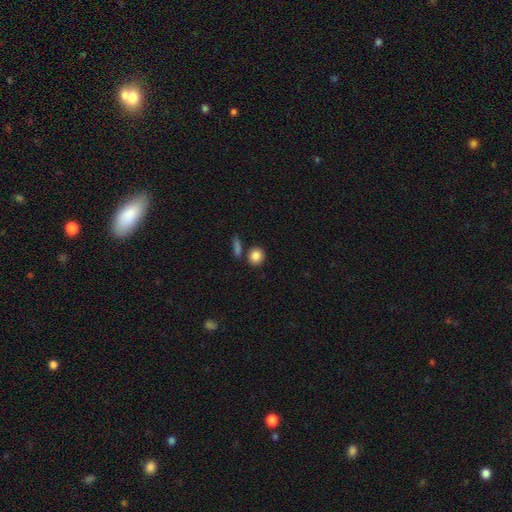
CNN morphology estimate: The model was most divided on "how rounded": round: 77%, in between: 21%, cigar-shaped: 2%. More confident: smooth or featured — smooth (86%); merging — none (76%).